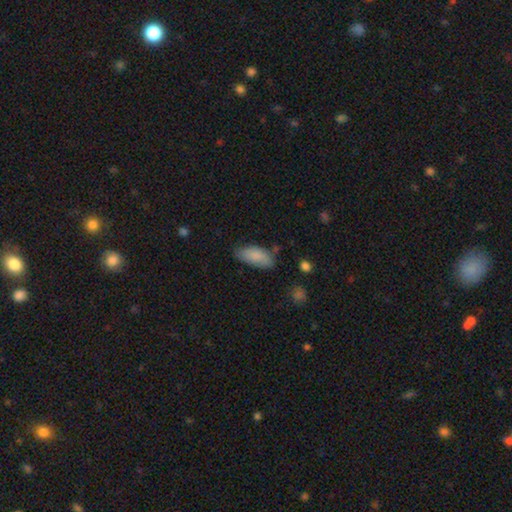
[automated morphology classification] A smooth galaxy with no disk features (86%) that is in between round and cigar-shaped (87%).

Vote fractions:
- Smooth or featured? smooth: 86% / featured or disk: 8% / star or artifact: 7%
- How rounded? in between: 87% / cigar-shaped: 11% / round: 2%
- Merging? none: 69% / minor disturbance: 23% / major disturbance: 5% / merger: 3%